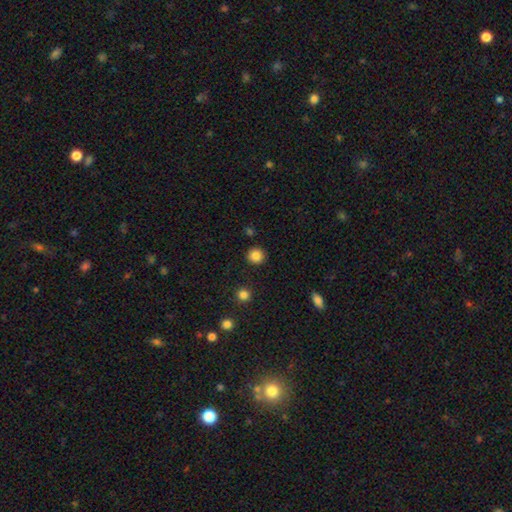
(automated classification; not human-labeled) smooth 85%, star or artifact 11%, featured or disk 4%. Down the decision tree: how rounded — round (93%); merging — none (91%).